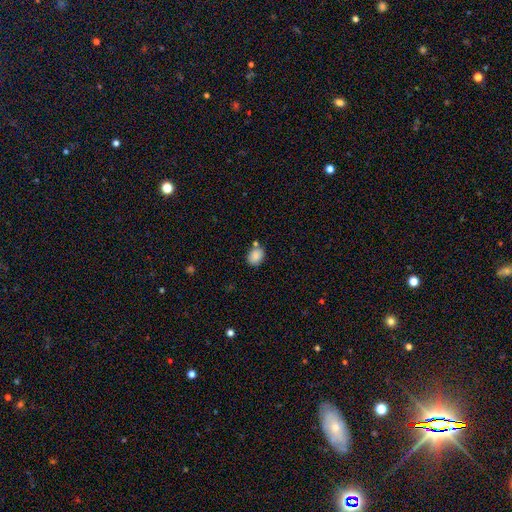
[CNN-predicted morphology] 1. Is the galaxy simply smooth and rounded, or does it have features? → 87% smooth, 8% star or artifact, 5% featured or disk.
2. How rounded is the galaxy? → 58% in between, 41% round, 1% cigar-shaped.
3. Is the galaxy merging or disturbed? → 68% none, 15% minor disturbance, 13% merger, 4% major disturbance.